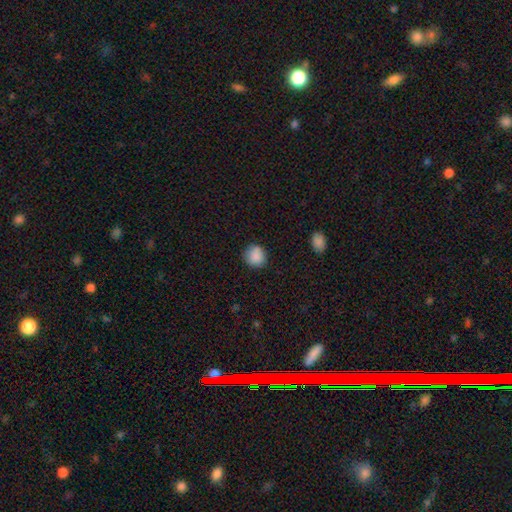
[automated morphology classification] A smooth galaxy with no disk features (87%) that is round (86%). Merging: none (81%).